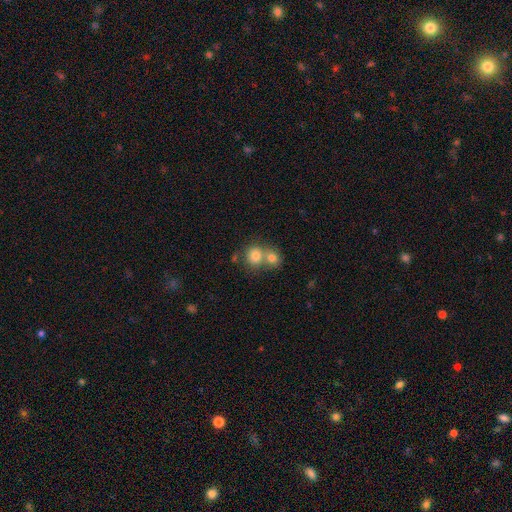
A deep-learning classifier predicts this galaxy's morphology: type=smooth (77%); roundness=round (82%); merging=merger (54%).